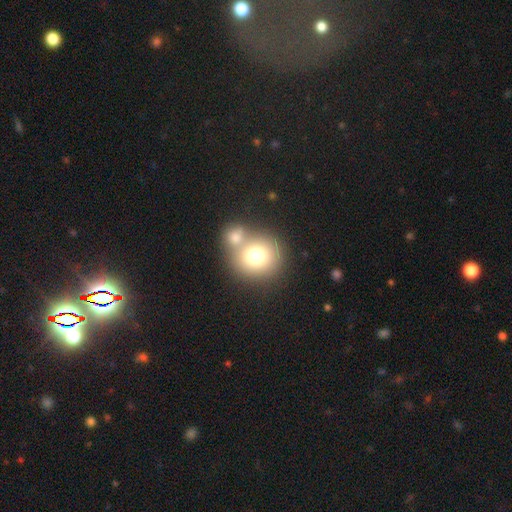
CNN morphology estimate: This is likely a smooth galaxy (75%). How rounded: clearly round (83%). Merging: marginally merger (44%).